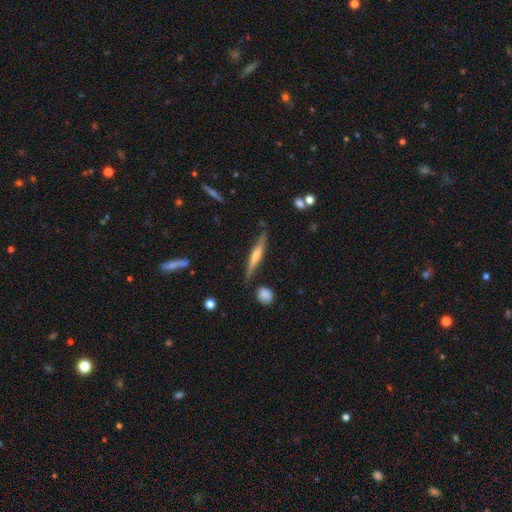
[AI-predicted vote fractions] smooth_or_featured: featured or disk (p=0.60) [alt: smooth p=0.34]
disk_edge_on: yes (p=0.95) [alt: no p=0.05]
edge_on_bulge: rounded (p=0.63) [alt: none p=0.20]
merging: none (p=0.80) [alt: minor disturbance p=0.14]